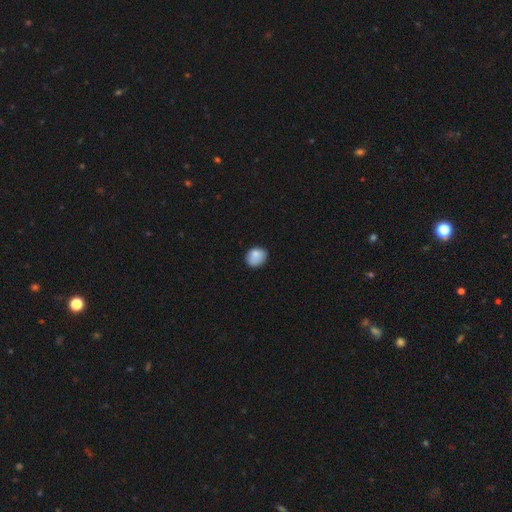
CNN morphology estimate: A smooth galaxy with no disk features (84%) that is round (65%).

Vote fractions:
- Smooth or featured? smooth: 84% / star or artifact: 9% / featured or disk: 7%
- How rounded? round: 65% / in between: 34% / cigar-shaped: 1%
- Merging? none: 76% / minor disturbance: 19% / major disturbance: 4% / merger: 2%